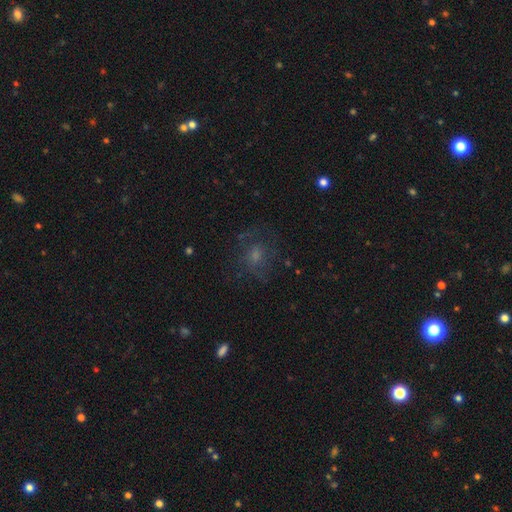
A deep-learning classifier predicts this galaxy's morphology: This appears to be a smooth galaxy with no disk features (44%). Merging: none (61%).